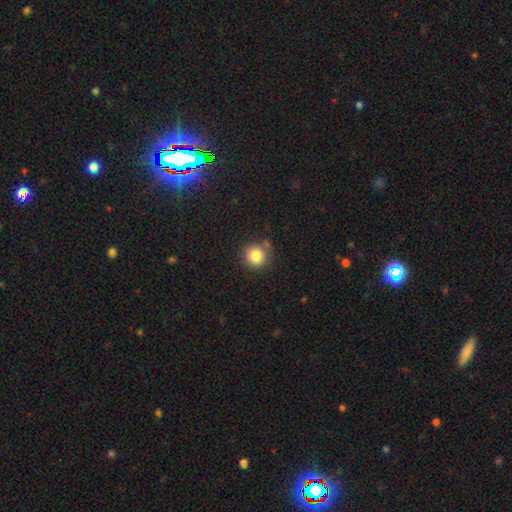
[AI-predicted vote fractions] A smooth galaxy with no disk features (83%) that is round (93%). Merging: none (76%).